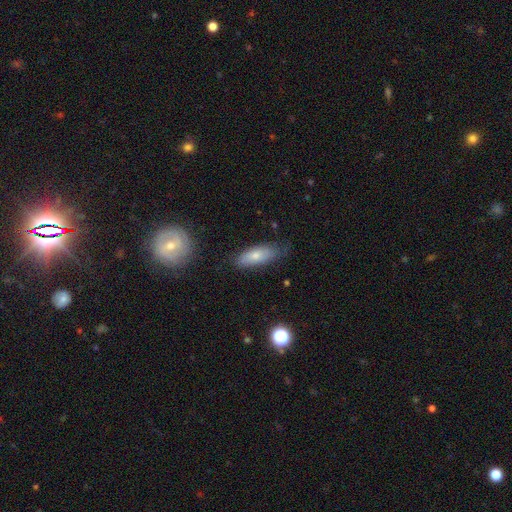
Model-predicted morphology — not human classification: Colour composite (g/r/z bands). It shows a smooth galaxy with no disk features (71%) that is in between round and cigar-shaped (70%). Merging: none (67%).